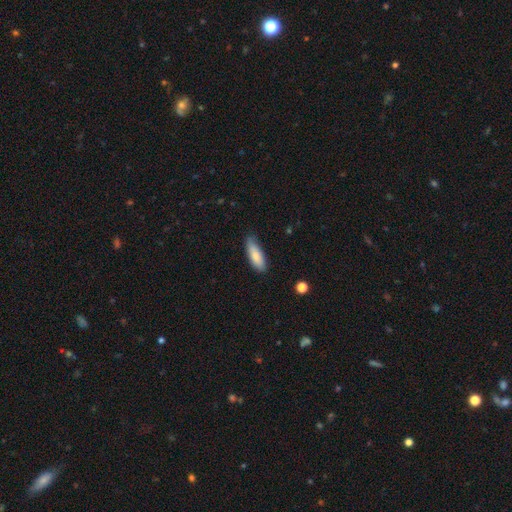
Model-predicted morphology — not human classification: Smooth or featured?
  - smooth: 83% *
  - featured or disk: 11%
  - star or artifact: 6%
How rounded?
  - in between: 62% *
  - cigar-shaped: 36%
  - round: 2%
Merging?
  - none: 73% *
  - minor disturbance: 22%
  - major disturbance: 3%
  - merger: 1%